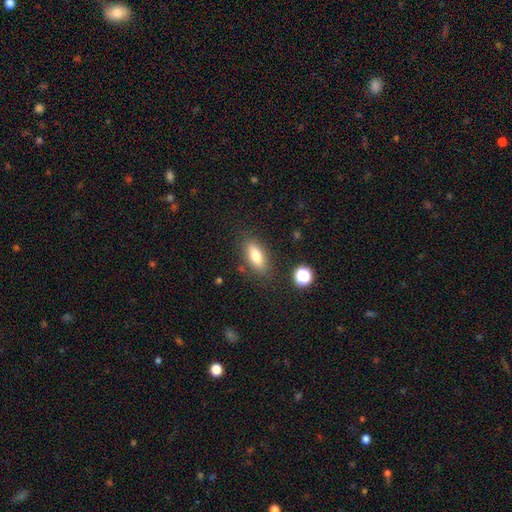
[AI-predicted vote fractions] Morphology: type=smooth (77%); roundness=in between (77%); merging=none (81%).